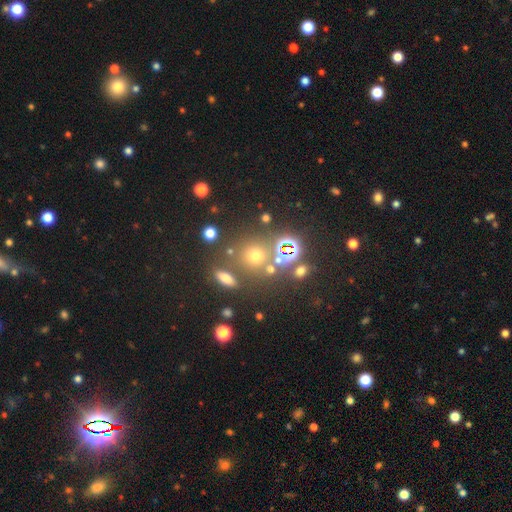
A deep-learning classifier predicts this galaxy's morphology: The model was most divided on "smooth or featured": smooth: 58%, star or artifact: 30%, featured or disk: 12%. More confident: how rounded — round (86%); merging — none (71%).